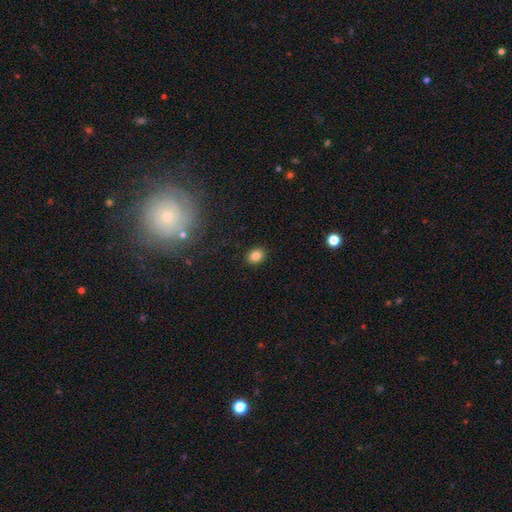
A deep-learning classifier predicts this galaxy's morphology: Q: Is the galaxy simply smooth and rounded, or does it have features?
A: smooth — 84%.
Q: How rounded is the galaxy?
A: round — 53%.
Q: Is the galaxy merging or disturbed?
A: none — 90%.